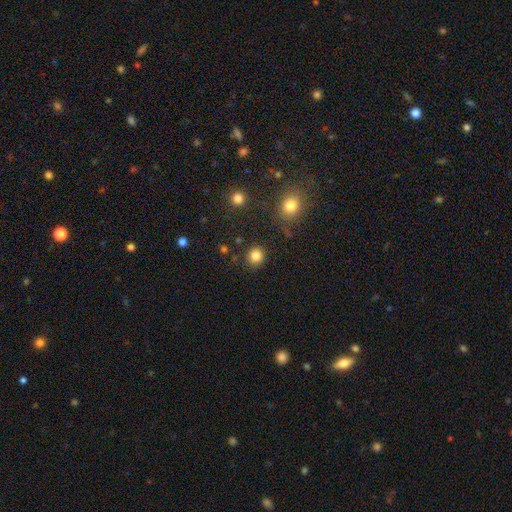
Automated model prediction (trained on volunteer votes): Smooth or featured: smooth — 84% (star or artifact — 12%)
How rounded: round — 90% (in between — 9%)
Merging: none — 89% (minor disturbance — 7%)